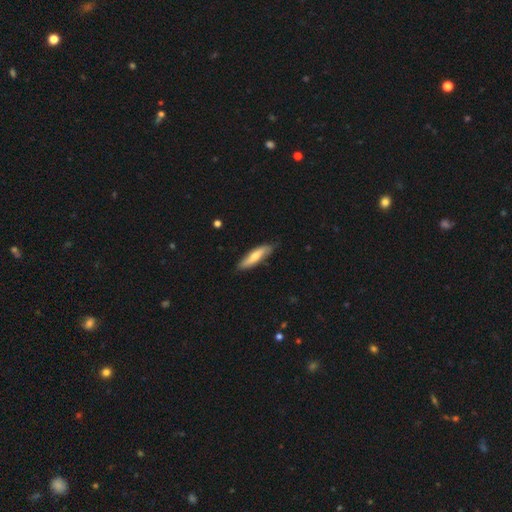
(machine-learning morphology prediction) smooth-or-featured: smooth: 64% | featured or disk: 31% | star or artifact: 5%
  how-rounded: cigar-shaped: 69% | in between: 29% | round: 2%
  merging: none: 79% | minor disturbance: 17% | major disturbance: 2% | merger: 1%